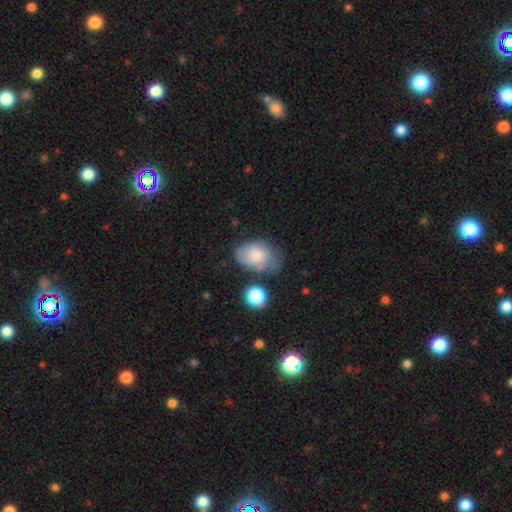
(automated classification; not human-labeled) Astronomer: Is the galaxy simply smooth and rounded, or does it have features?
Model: smooth — 77%.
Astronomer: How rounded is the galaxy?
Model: in between — 83%.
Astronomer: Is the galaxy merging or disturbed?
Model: none — 48% (runner-up: minor disturbance, 31%).